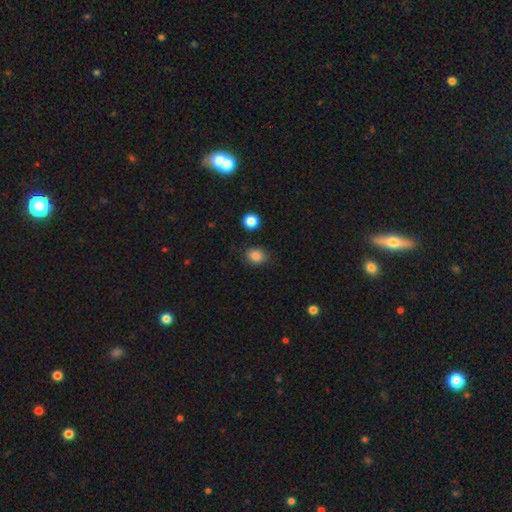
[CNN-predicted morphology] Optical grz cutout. It shows a smooth galaxy with no disk features (86%) that is in between round and cigar-shaped (54%). Merging: none (83%).